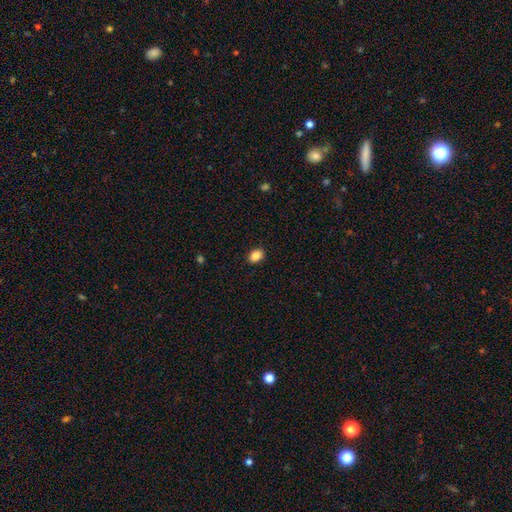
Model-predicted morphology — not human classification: Overall: smooth (87%). How rounded: in between (68%; round 31%). Merging: none (89%).